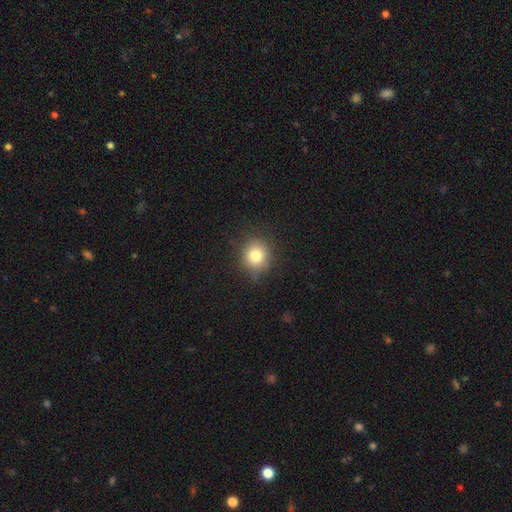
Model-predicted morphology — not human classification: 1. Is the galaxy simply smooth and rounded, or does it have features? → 79% smooth, 12% star or artifact, 9% featured or disk.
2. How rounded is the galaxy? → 84% round, 15% in between, 1% cigar-shaped.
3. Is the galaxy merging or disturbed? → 82% none, 14% minor disturbance, 3% major disturbance, 1% merger.